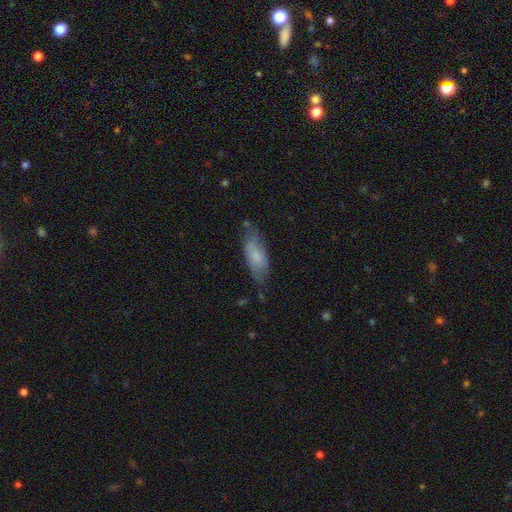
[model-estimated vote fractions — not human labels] A smooth galaxy with no disk features (68%) that is in between round and cigar-shaped (67%).

Vote fractions:
- Smooth or featured? smooth: 68% / featured or disk: 25% / star or artifact: 6%
- How rounded? in between: 67% / cigar-shaped: 31% / round: 2%
- Merging? none: 66% / minor disturbance: 25% / major disturbance: 7% / merger: 3%